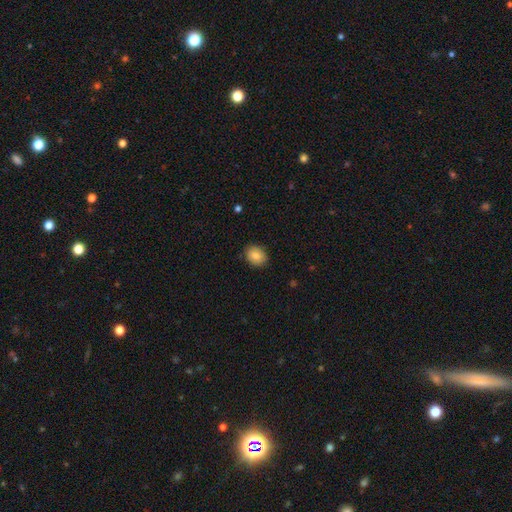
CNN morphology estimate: This is clearly a smooth galaxy (85%). How rounded: possibly in between (57%). Merging: clearly none (87%).